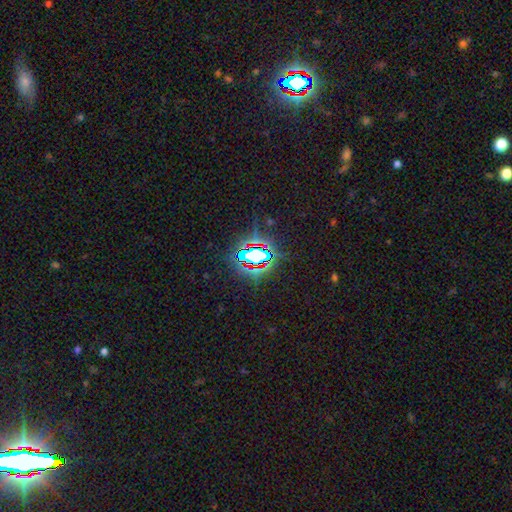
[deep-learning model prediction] A star or artifact, not a galaxy (72%).

Vote fractions:
- Smooth or featured? star or artifact: 72% / smooth: 16% / featured or disk: 12%